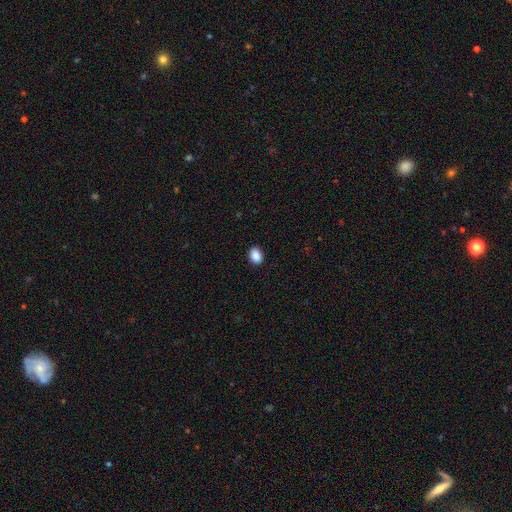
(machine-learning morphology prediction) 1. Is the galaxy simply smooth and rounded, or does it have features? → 90% smooth, 8% star or artifact, 2% featured or disk.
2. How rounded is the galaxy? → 70% in between, 29% round, 1% cigar-shaped.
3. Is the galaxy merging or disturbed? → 90% none, 7% minor disturbance, 2% major disturbance, 1% merger.